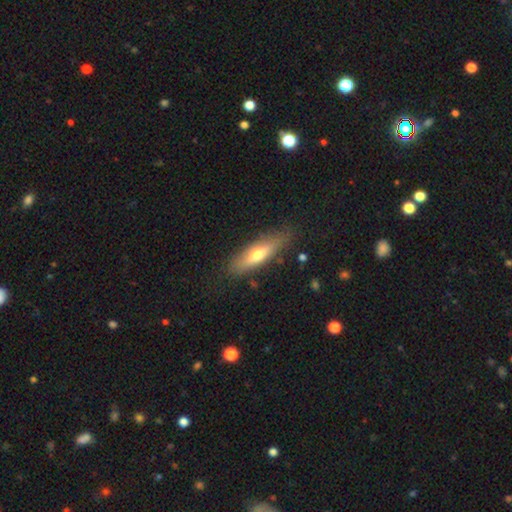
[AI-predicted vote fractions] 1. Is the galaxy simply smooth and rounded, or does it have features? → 53% smooth, 40% featured or disk, 7% star or artifact.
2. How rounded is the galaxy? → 63% cigar-shaped, 35% in between, 2% round.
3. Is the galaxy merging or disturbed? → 81% none, 14% minor disturbance, 3% major disturbance, 2% merger.